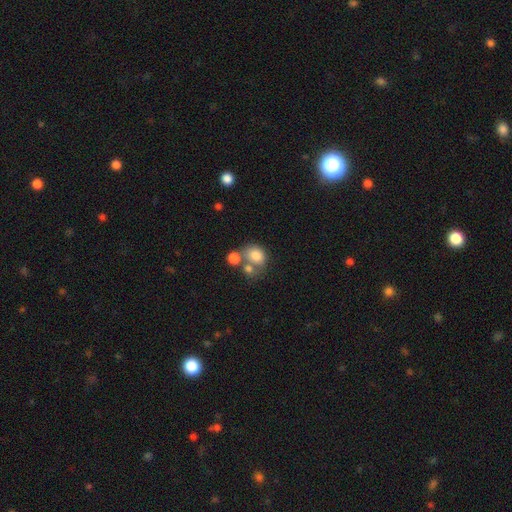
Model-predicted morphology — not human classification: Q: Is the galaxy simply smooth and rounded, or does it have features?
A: smooth — 77%.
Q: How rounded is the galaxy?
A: round — 53%.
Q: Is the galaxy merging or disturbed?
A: merger — 40%, tied with none.